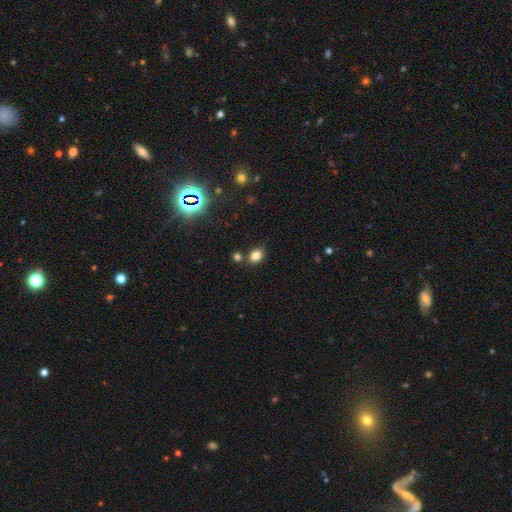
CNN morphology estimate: type=smooth (82%); roundness=in between (61%); merging=none (75%).